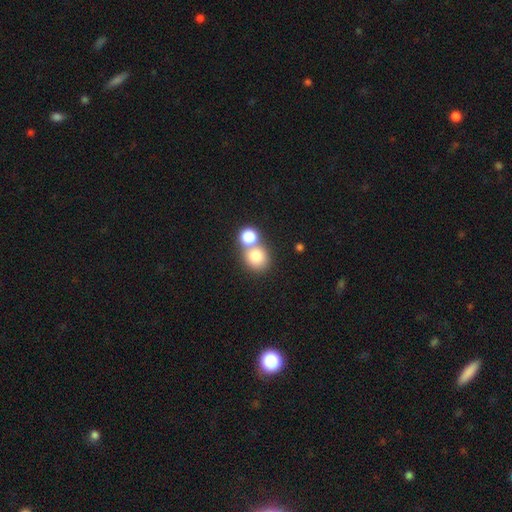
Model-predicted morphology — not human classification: Smooth or featured: smooth — 78% (star or artifact — 12%)
How rounded: round — 81% (in between — 18%)
Merging: merger — 46% (none — 43%)